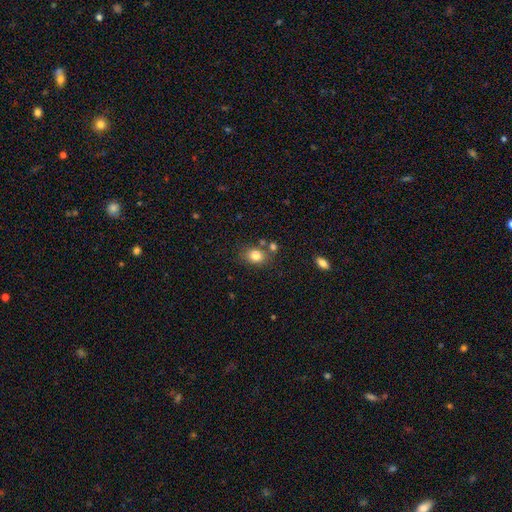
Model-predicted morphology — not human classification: Q: Smooth or featured?
A: smooth (81%); runner-up: star or artifact (11%)
Q: How rounded?
A: round (50%); runner-up: in between (49%)
Q: Merging?
A: none (69%); runner-up: merger (13%)